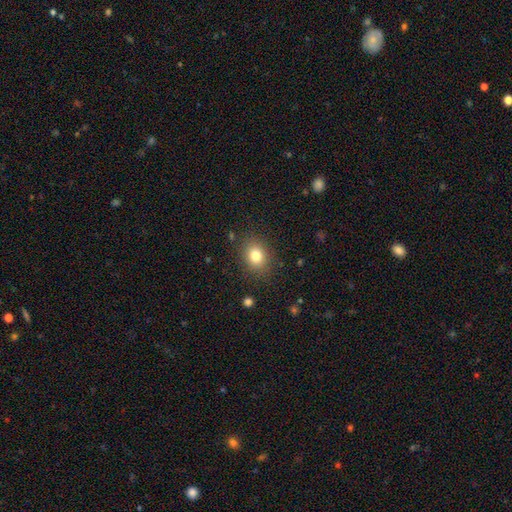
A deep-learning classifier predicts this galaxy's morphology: A smooth galaxy with no disk features (80%) that is round (55%).

Vote fractions:
- Smooth or featured? smooth: 80% / star or artifact: 12% / featured or disk: 8%
- How rounded? round: 55% / in between: 44% / cigar-shaped: 1%
- Merging? none: 86% / minor disturbance: 10% / major disturbance: 3% / merger: 1%